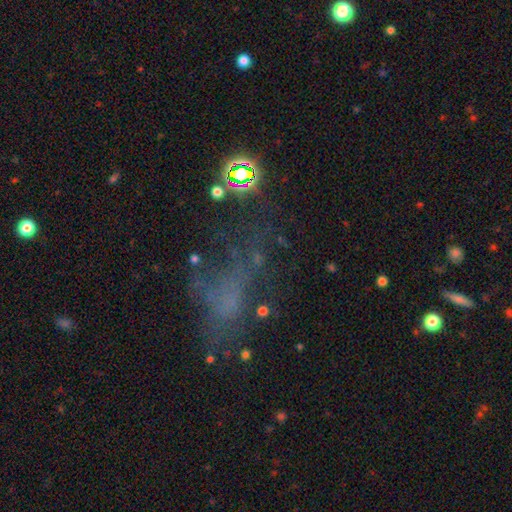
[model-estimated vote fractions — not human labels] Smooth or featured? star or artifact (39%)